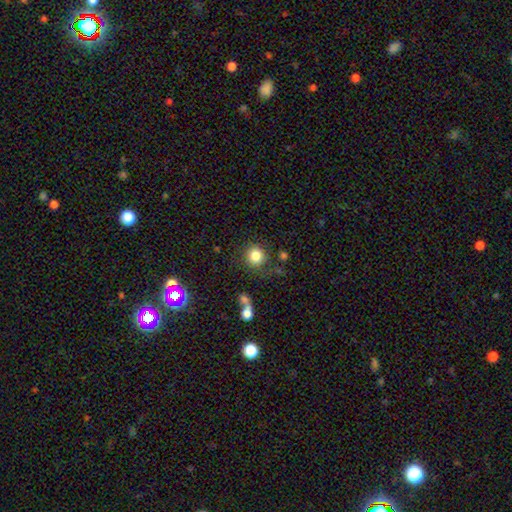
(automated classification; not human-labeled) A smooth galaxy with no disk features (84%) that is round (90%).

Vote fractions:
- Smooth or featured? smooth: 84% / star or artifact: 10% / featured or disk: 6%
- How rounded? round: 90% / in between: 9% / cigar-shaped: 1%
- Merging? none: 78% / minor disturbance: 11% / merger: 5% / major disturbance: 5%